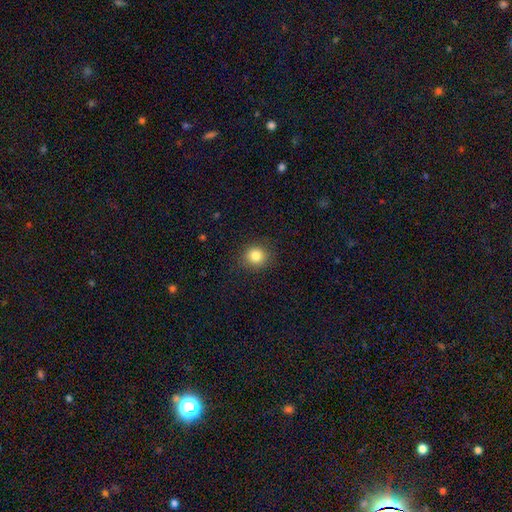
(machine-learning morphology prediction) Q: Smooth or featured?
A: smooth (83%); runner-up: star or artifact (11%)
Q: How rounded?
A: round (83%); runner-up: in between (17%)
Q: Merging?
A: none (88%); runner-up: minor disturbance (8%)